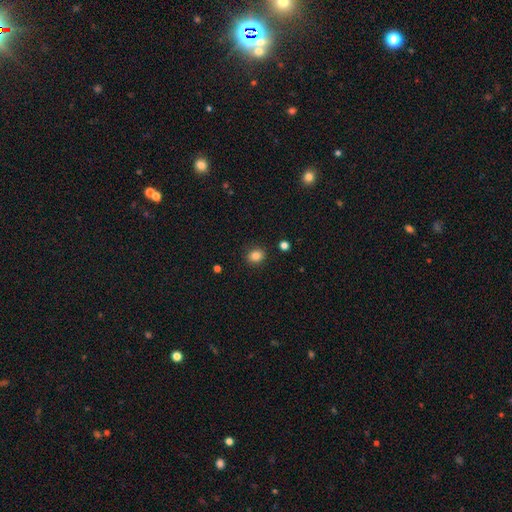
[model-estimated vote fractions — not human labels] Q: Smooth or featured?
A: smooth (84%); runner-up: star or artifact (11%)
Q: How rounded?
A: round (66%); runner-up: in between (33%)
Q: Merging?
A: none (88%); runner-up: minor disturbance (8%)